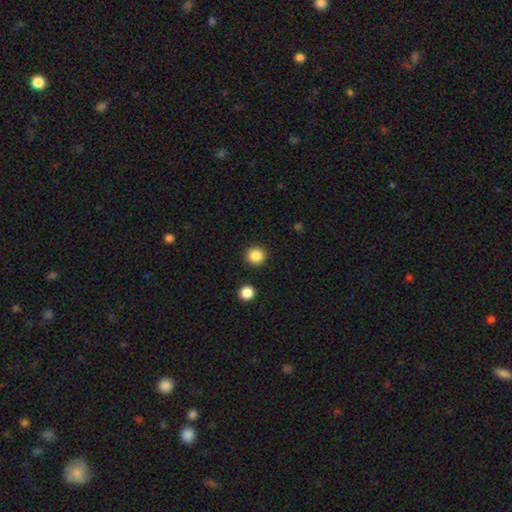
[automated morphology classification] A smooth galaxy with no disk features (87%) that is round (93%). Merging: none (91%).